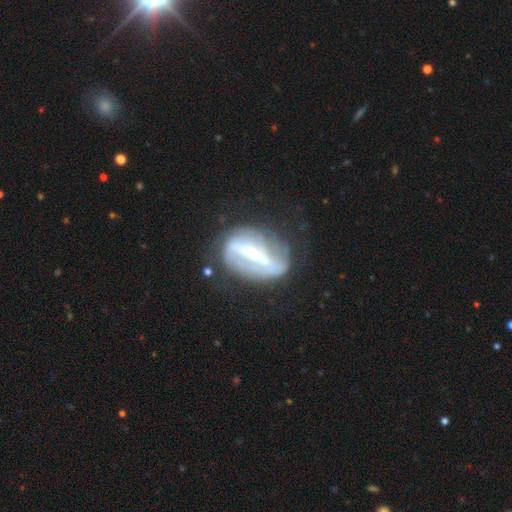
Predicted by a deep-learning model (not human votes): This appears to be a featured or disk galaxy (76%) with a strong bar (75%), spiral arms (58%) and a small central bulge (40%, tied with moderate). Merging: none (55%).